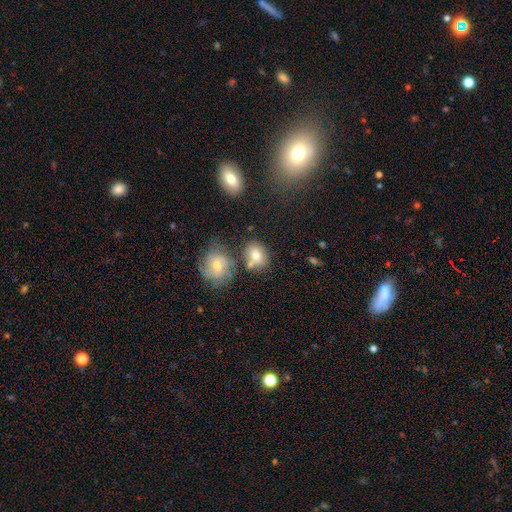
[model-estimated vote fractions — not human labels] Smooth or featured? Predicted: smooth (p=0.73). How rounded? Predicted: in between (p=0.51). Merging? Predicted: none (p=0.56).